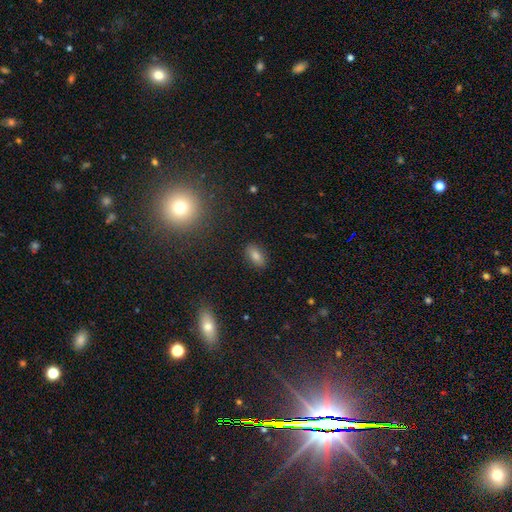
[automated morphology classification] The model was most divided on "smooth or featured": smooth: 80%, star or artifact: 11%, featured or disk: 8%. More confident: how rounded — in between (90%); merging — none (88%).